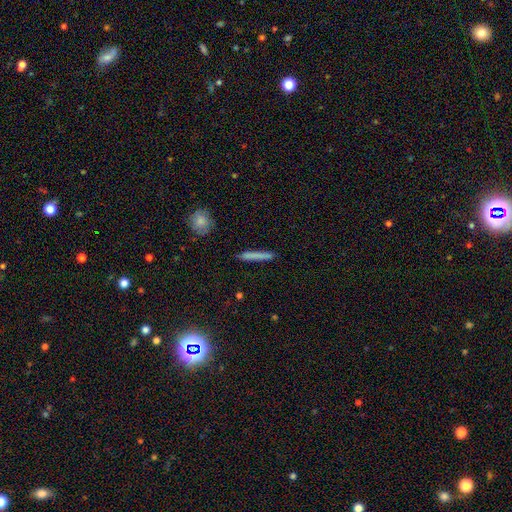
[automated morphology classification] A smooth galaxy with no disk features (72%) that is cigar-shaped (95%).

Vote fractions:
- Smooth or featured? smooth: 72% / featured or disk: 21% / star or artifact: 7%
- How rounded? cigar-shaped: 95% / in between: 3% / round: 2%
- Merging? none: 87% / minor disturbance: 9% / major disturbance: 2% / merger: 2%